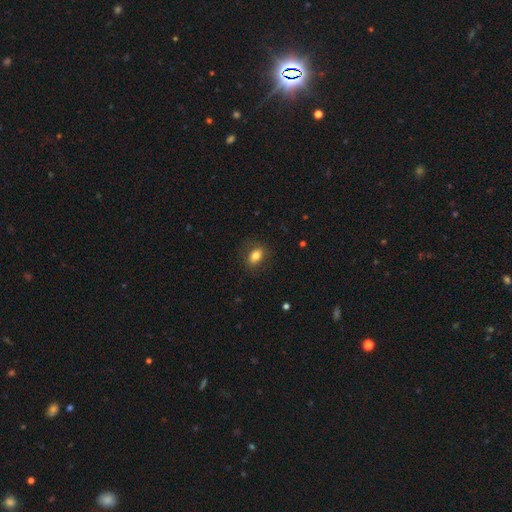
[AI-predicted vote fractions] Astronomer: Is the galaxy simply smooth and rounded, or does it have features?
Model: smooth — 79%.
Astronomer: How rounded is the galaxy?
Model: in between — 75%.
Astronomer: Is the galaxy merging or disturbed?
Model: none — 82%.